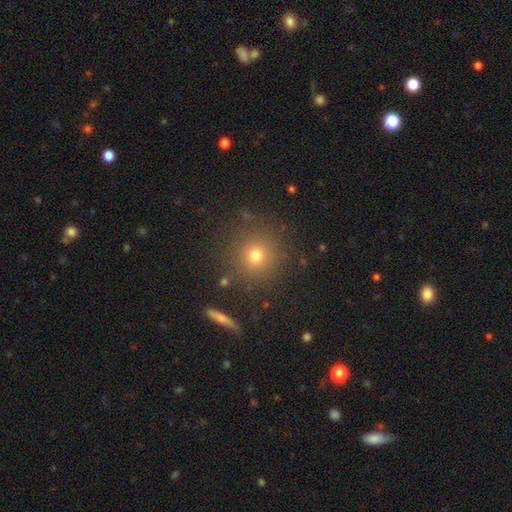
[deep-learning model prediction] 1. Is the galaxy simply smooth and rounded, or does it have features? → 70% smooth, 19% star or artifact, 10% featured or disk.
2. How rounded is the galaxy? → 94% round, 5% in between, 1% cigar-shaped.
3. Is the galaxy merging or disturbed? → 87% none, 7% minor disturbance, 3% major disturbance, 3% merger.